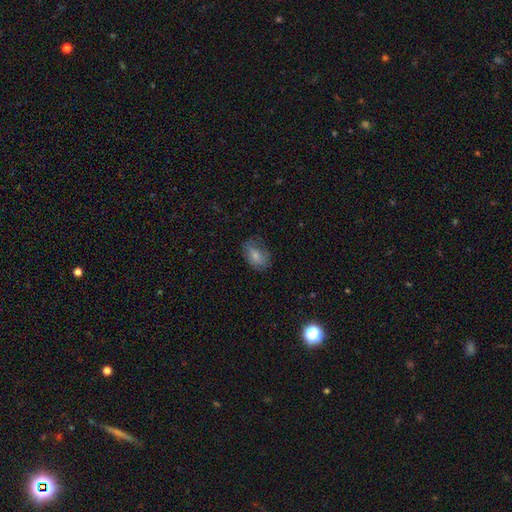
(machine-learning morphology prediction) type=smooth (74%); roundness=in between (81%); merging=none (62%).